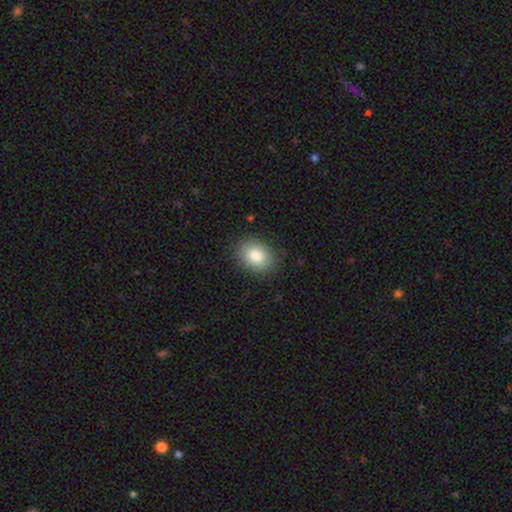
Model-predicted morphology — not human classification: This appears to be a smooth galaxy with no disk features (84%) that is in between round and cigar-shaped (57%). Merging: none (87%).